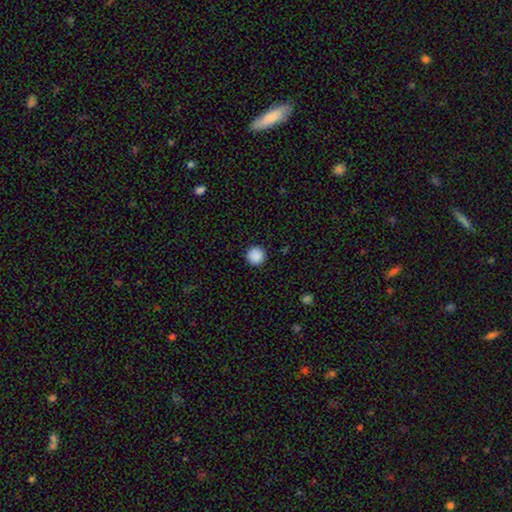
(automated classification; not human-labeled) A smooth galaxy with no disk features (89%) that is round (96%). Merging: none (93%).